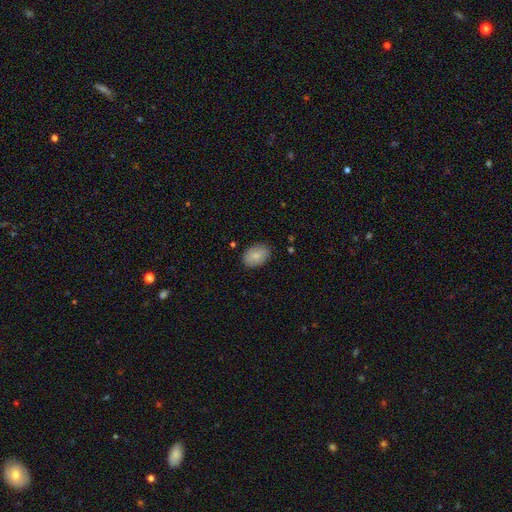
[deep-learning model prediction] smooth-or-featured: smooth: 83% | featured or disk: 10% | star or artifact: 7%
  how-rounded: in between: 86% | round: 13% | cigar-shaped: 1%
  merging: none: 86% | minor disturbance: 11% | major disturbance: 2% | merger: 1%